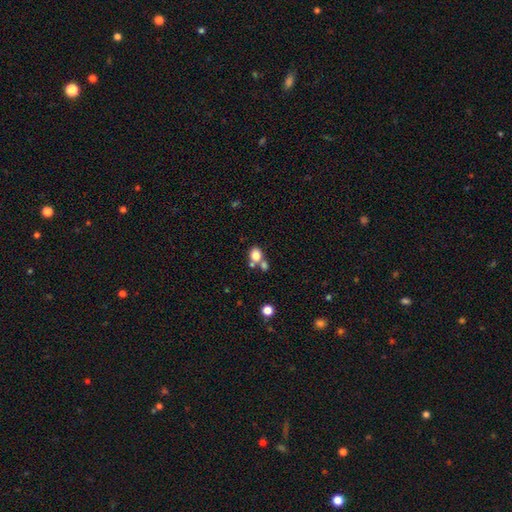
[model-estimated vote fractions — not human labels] The model was most divided on "how rounded": round: 55%, in between: 44%, cigar-shaped: 1%. Remaining: smooth or featured — smooth (81%); merging — none (48%).